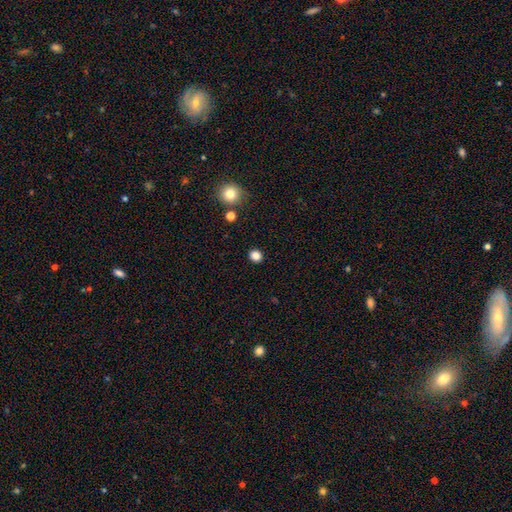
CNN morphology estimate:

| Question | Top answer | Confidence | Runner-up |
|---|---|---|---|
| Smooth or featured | smooth | 84% | star or artifact (12%) |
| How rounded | round | 80% | in between (19%) |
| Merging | none | 91% | minor disturbance (6%) |